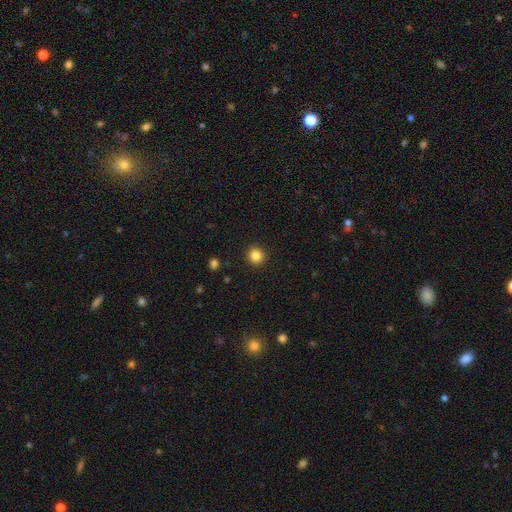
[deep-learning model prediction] Overall: smooth (84%). How rounded: round (94%). Merging: none (93%).